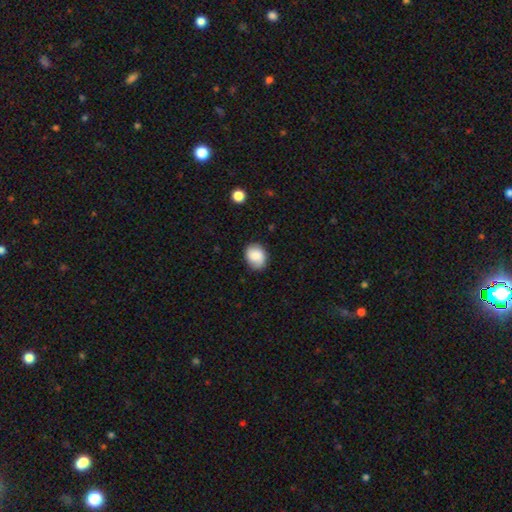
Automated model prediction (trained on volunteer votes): A smooth galaxy with no disk features (83%) that is round (52%).

Vote fractions:
- Smooth or featured? smooth: 83% / featured or disk: 10% / star or artifact: 8%
- How rounded? round: 52% / in between: 47% / cigar-shaped: 1%
- Merging? none: 77% / minor disturbance: 18% / major disturbance: 4% / merger: 1%